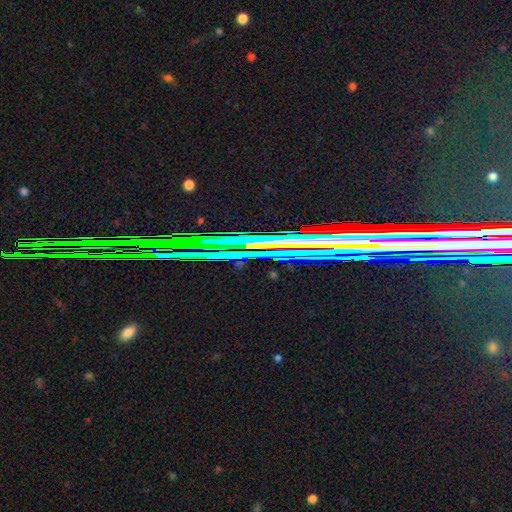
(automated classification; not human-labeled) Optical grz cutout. It shows a star or artifact, not a galaxy (79%).